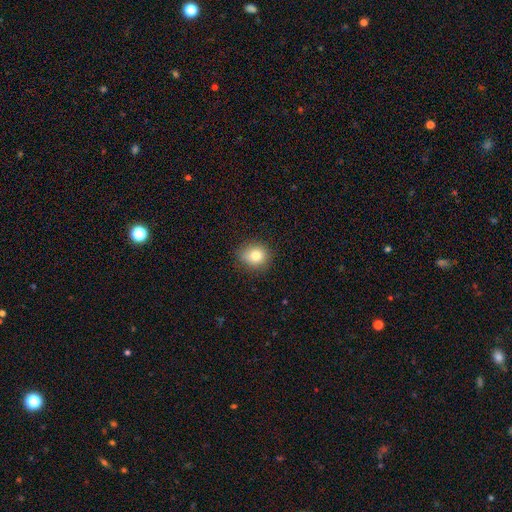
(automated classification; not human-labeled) A smooth galaxy with no disk features (80%) that is round (78%). Merging: none (83%).